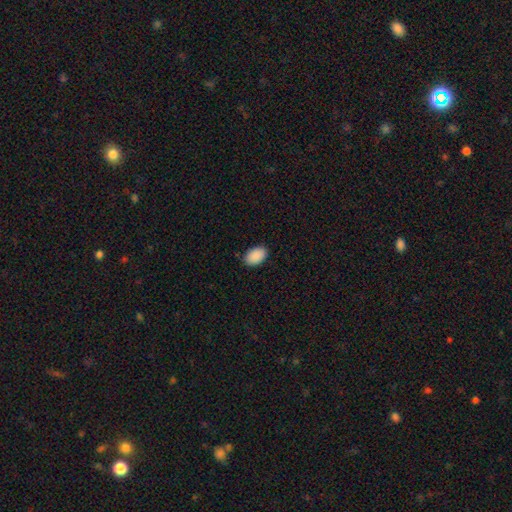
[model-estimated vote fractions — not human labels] A smooth galaxy with no disk features (91%) that is in between round and cigar-shaped (92%).

Vote fractions:
- Smooth or featured? smooth: 91% / star or artifact: 6% / featured or disk: 2%
- How rounded? in between: 92% / round: 7% / cigar-shaped: 1%
- Merging? none: 88% / minor disturbance: 9% / major disturbance: 2% / merger: 1%